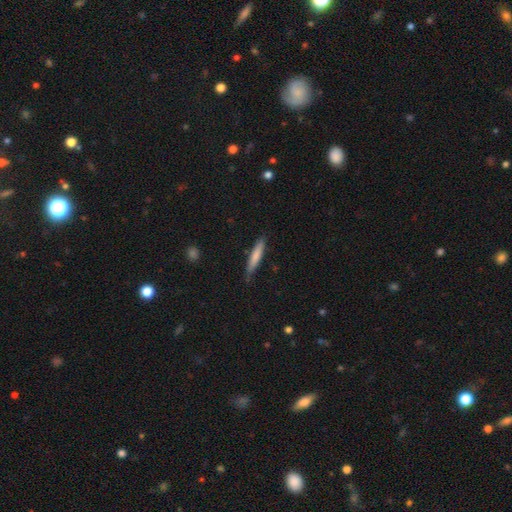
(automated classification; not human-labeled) Smooth or featured? Predicted: smooth (p=0.74). How rounded? Predicted: cigar-shaped (p=0.91). Merging? Predicted: none (p=0.80).